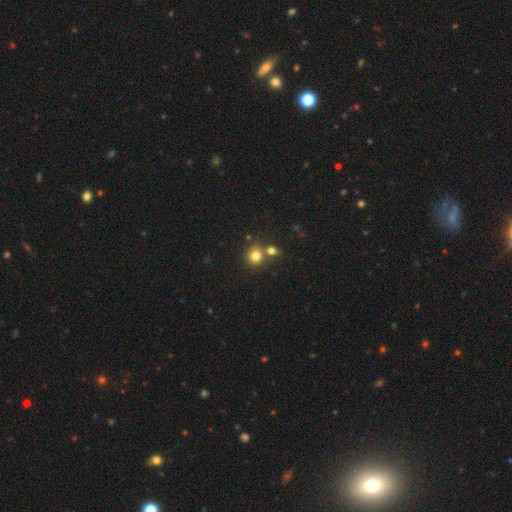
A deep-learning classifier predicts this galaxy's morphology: This appears to be a smooth galaxy with no disk features (79%) that is round (86%). Merging: none (64%).